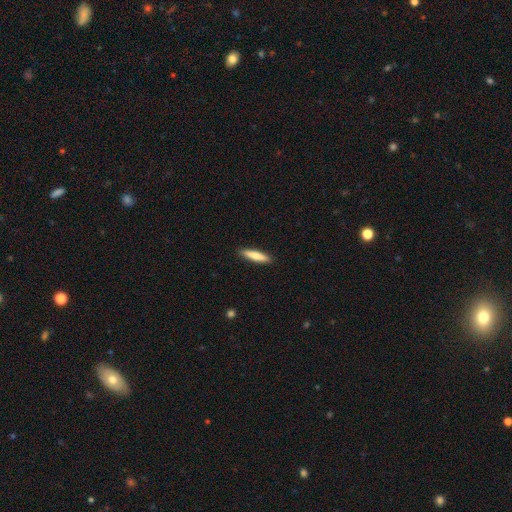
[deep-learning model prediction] Smooth or featured? Predicted: smooth (p=0.77). How rounded? Predicted: cigar-shaped (p=0.84). Merging? Predicted: none (p=0.91).